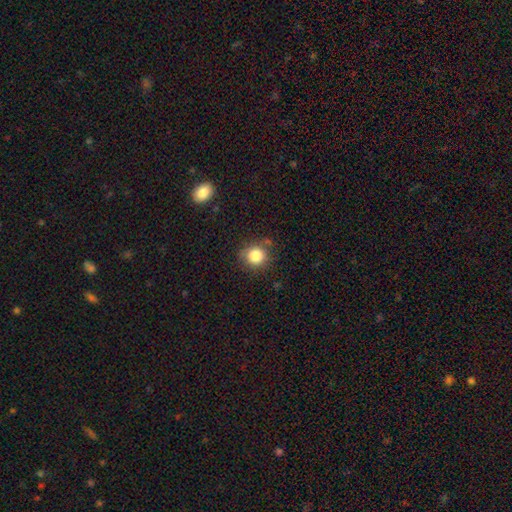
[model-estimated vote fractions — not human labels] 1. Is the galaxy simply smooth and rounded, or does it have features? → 83% smooth, 11% star or artifact, 6% featured or disk.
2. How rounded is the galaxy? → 89% round, 10% in between, 1% cigar-shaped.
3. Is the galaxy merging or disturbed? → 80% none, 14% minor disturbance, 4% major disturbance, 3% merger.